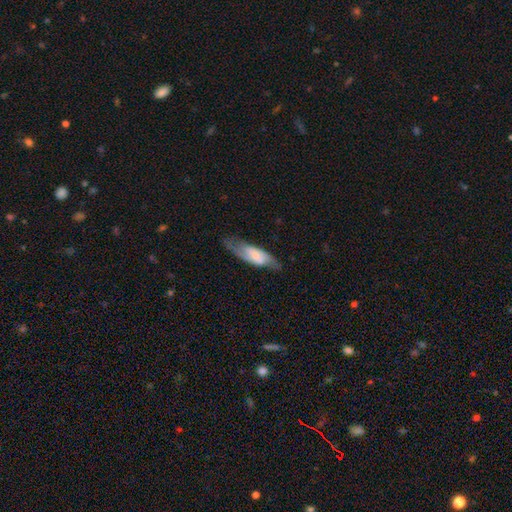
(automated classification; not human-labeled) This is likely a featured or disk galaxy (62%). It is clearly not viewed edge-on (83%). Bar: marginally no (44%). Spiral arm pattern: clearly yes (85%). Central bulge: possibly small (56%). Merging: likely none (68%).